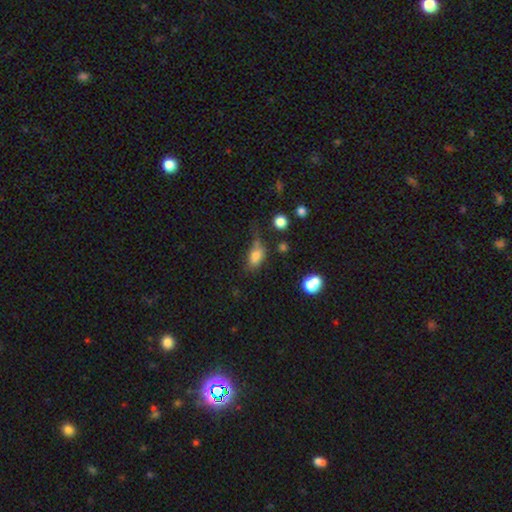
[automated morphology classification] A smooth galaxy with no disk features (77%) that is in between round and cigar-shaped (83%). Merging: none (42%).